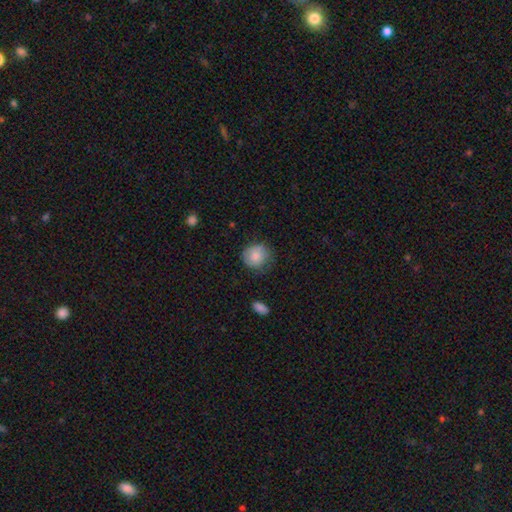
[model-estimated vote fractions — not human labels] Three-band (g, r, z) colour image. It shows a smooth galaxy with no disk features (82%) that is round (84%). Merging: none (69%).